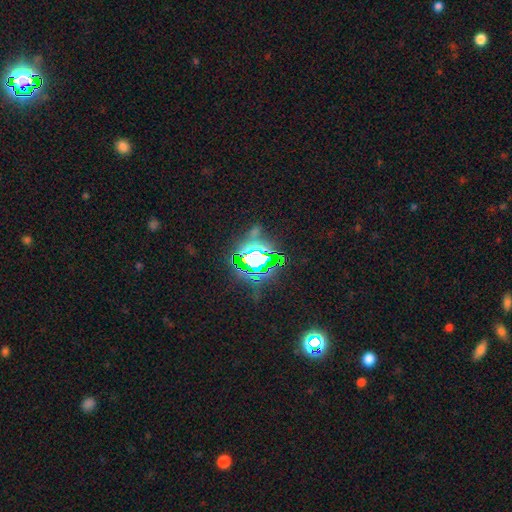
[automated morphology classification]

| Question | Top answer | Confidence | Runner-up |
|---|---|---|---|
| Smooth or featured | star or artifact | 71% | smooth (15%) |